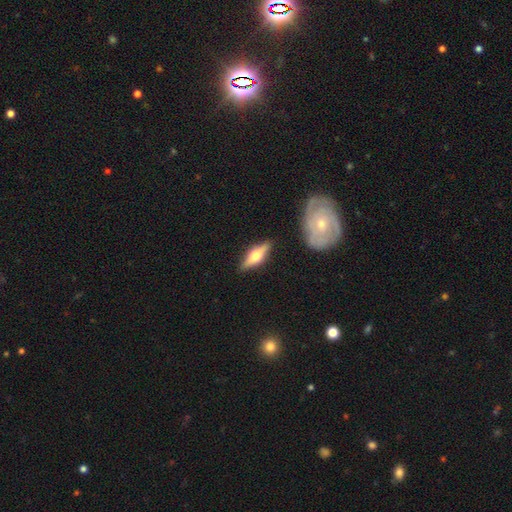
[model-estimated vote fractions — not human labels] Smooth or featured?
  - featured or disk: 66% *
  - smooth: 28%
  - star or artifact: 6%
Edge-on disk?
  - yes: 95% *
  - no: 5%
Edge-on bulge?
  - rounded: 93% *
  - boxy: 5%
  - none: 2%
Merging?
  - none: 86% *
  - minor disturbance: 9%
  - merger: 2%
  - major disturbance: 2%